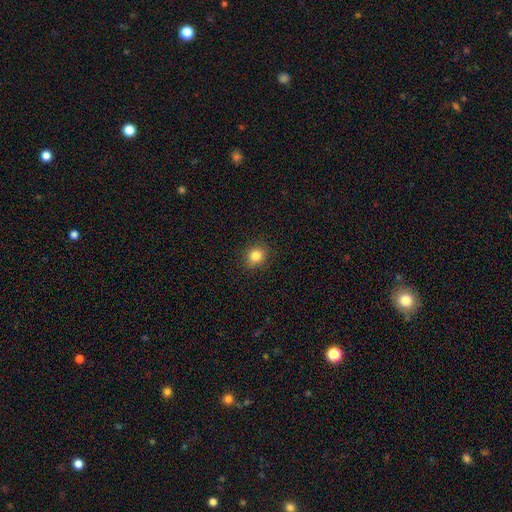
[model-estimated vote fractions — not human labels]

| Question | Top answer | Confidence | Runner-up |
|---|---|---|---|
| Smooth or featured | smooth | 83% | star or artifact (11%) |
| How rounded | round | 70% | in between (29%) |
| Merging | none | 89% | minor disturbance (8%) |